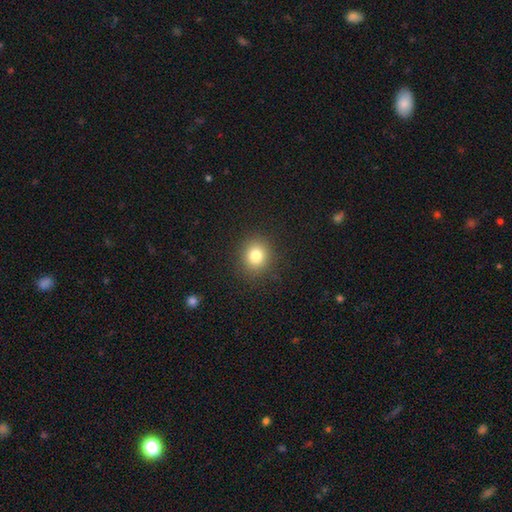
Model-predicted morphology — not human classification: Smooth or featured: smooth — 81% (star or artifact — 12%)
How rounded: round — 82% (in between — 17%)
Merging: none — 90% (minor disturbance — 7%)